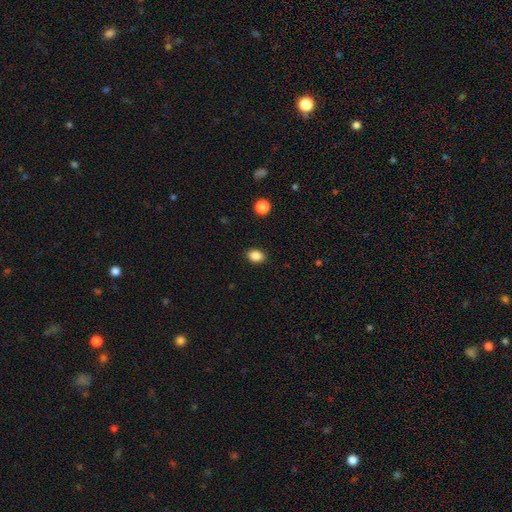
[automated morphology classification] Smooth or featured?
  - smooth: 87% *
  - star or artifact: 9%
  - featured or disk: 4%
How rounded?
  - in between: 70% *
  - round: 29%
  - cigar-shaped: 1%
Merging?
  - none: 89% *
  - minor disturbance: 8%
  - major disturbance: 2%
  - merger: 1%